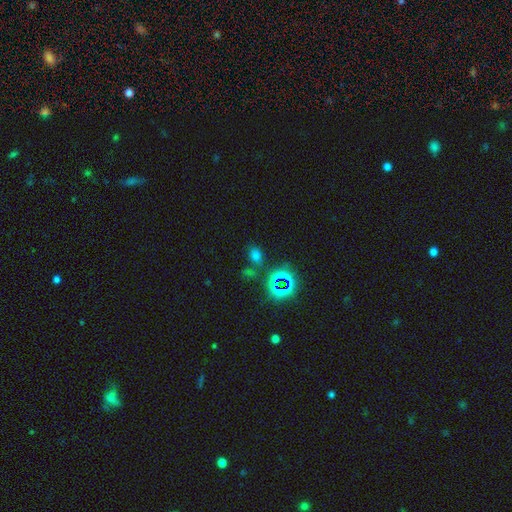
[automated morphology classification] Q: Smooth or featured?
A: smooth (56%); runner-up: star or artifact (38%)
Q: How rounded?
A: in between (70%); runner-up: round (28%)
Q: Merging?
A: none (66%); runner-up: merger (14%)